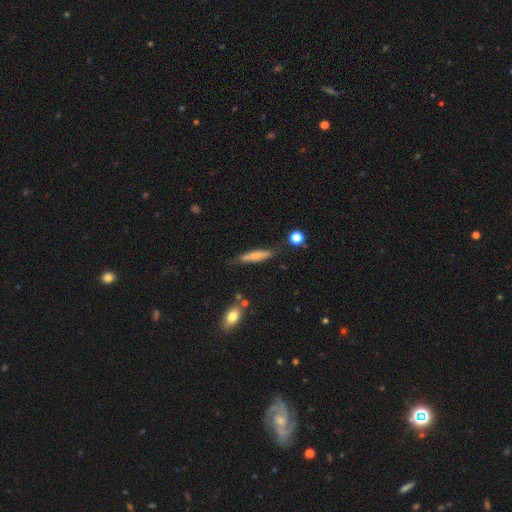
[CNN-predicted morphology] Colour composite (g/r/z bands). It shows a smooth galaxy with no disk features (69%) that is cigar-shaped (84%). Merging: none (75%).